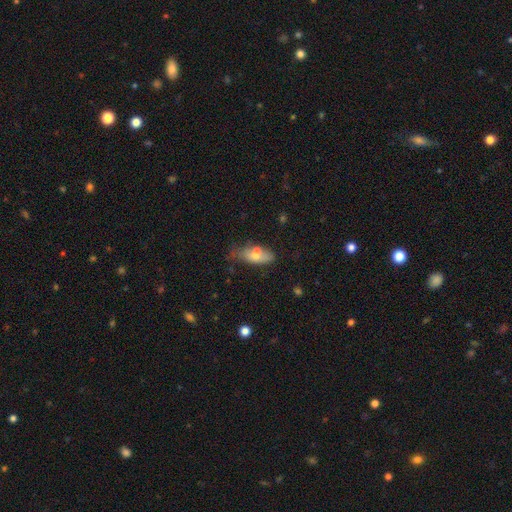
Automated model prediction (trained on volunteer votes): Overall: smooth (63%; featured or disk 28%). How rounded: in between (78%). Merging: none (40%; minor disturbance 27%).